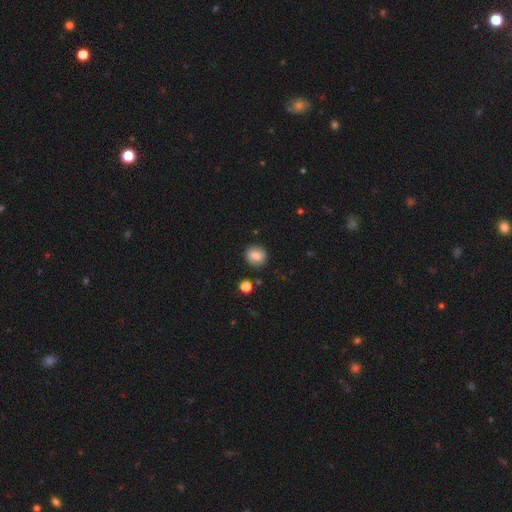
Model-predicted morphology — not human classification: smooth_or_featured: smooth (p=0.74) [alt: featured or disk p=0.16]
how_rounded: round (p=0.85) [alt: in between p=0.14]
merging: none (p=0.87) [alt: minor disturbance p=0.08]